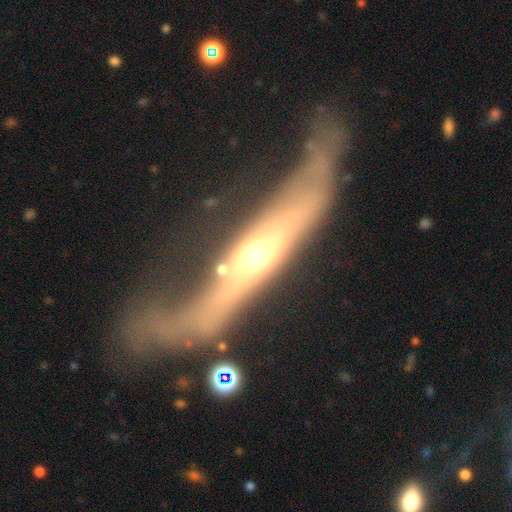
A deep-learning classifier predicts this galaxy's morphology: smooth-or-featured: featured or disk: 73% | smooth: 21% | star or artifact: 6%
  disk-edge-on: yes: 59% | no: 41%
  merging: major disturbance: 42% | none: 30% | minor disturbance: 19% | merger: 9%